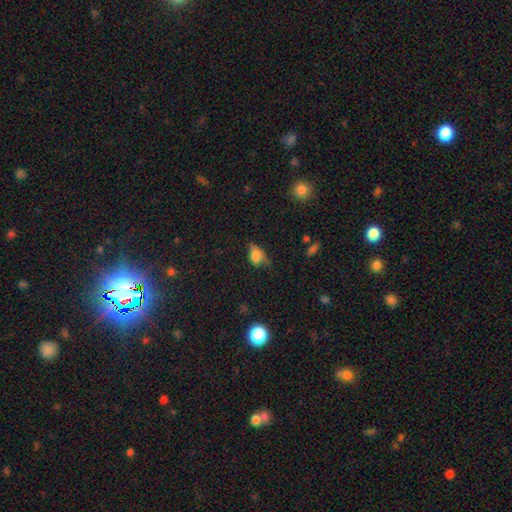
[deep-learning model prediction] Smooth or featured? smooth (70%)
How rounded? in between (83%)
Merging? minor disturbance (37%)